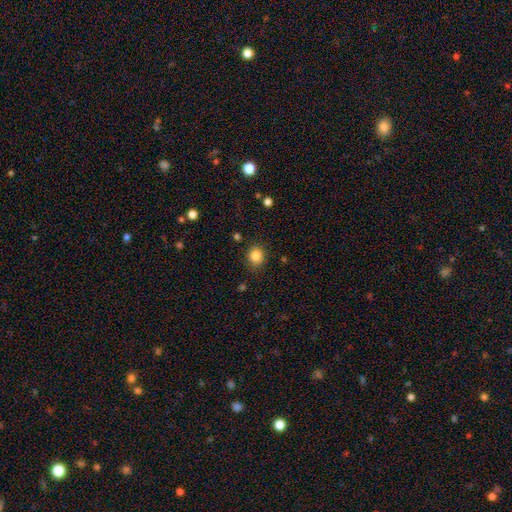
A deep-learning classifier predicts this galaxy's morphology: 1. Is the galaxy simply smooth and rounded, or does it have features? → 84% smooth, 11% star or artifact, 5% featured or disk.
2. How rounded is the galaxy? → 79% round, 20% in between, 1% cigar-shaped.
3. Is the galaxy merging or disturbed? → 87% none, 9% minor disturbance, 3% major disturbance, 2% merger.